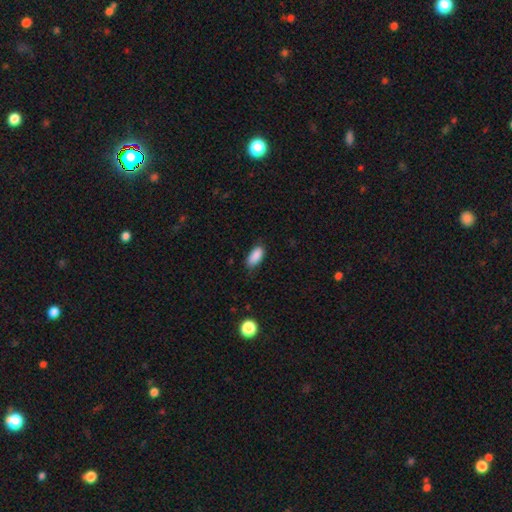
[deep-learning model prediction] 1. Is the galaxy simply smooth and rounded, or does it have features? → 89% smooth, 7% star or artifact, 4% featured or disk.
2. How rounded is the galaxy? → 90% in between, 7% cigar-shaped, 3% round.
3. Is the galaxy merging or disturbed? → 78% none, 18% minor disturbance, 3% major disturbance, 1% merger.